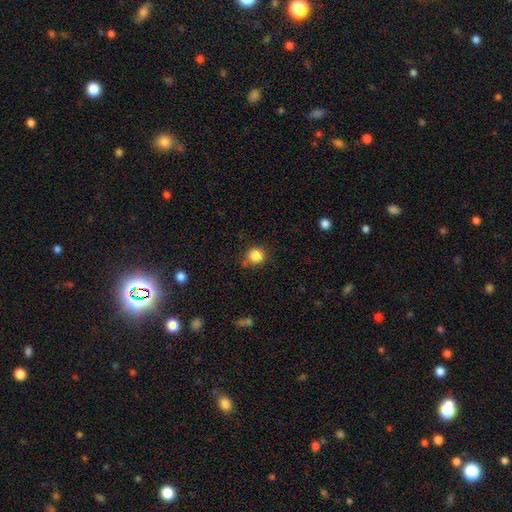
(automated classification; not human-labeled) Smooth or featured? smooth (86%)
How rounded? round (90%)
Merging? none (80%)